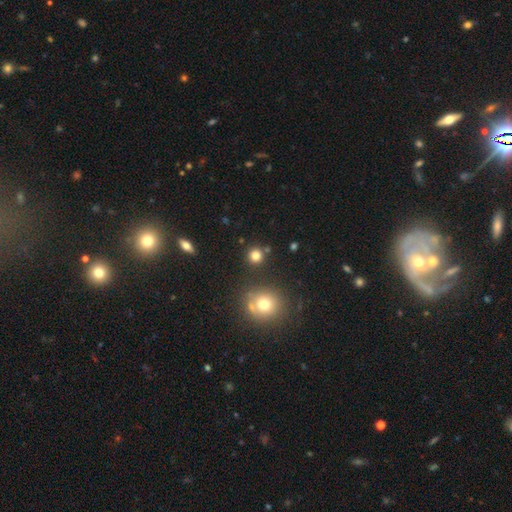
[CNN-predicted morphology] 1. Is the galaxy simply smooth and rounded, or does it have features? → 79% smooth, 15% star or artifact, 6% featured or disk.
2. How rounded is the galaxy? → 93% round, 6% in between, 1% cigar-shaped.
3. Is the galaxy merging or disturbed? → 86% none, 6% minor disturbance, 5% merger, 3% major disturbance.